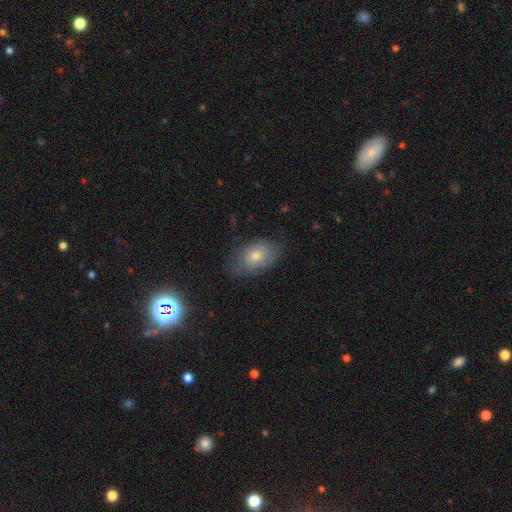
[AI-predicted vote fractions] Smooth or featured? Predicted: smooth (p=0.58). How rounded? Predicted: in between (p=0.84). Merging? Predicted: none (p=0.72).